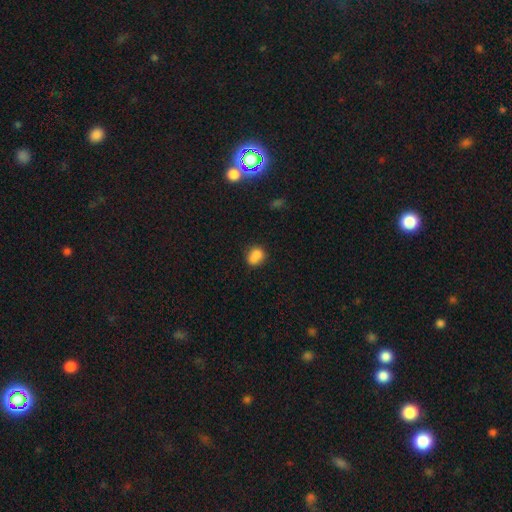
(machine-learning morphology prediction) A smooth galaxy with no disk features (77%) that is round (55%).

Vote fractions:
- Smooth or featured? smooth: 77% / featured or disk: 12% / star or artifact: 11%
- How rounded? round: 55% / in between: 44% / cigar-shaped: 1%
- Merging? none: 45% / merger: 31% / minor disturbance: 18% / major disturbance: 6%